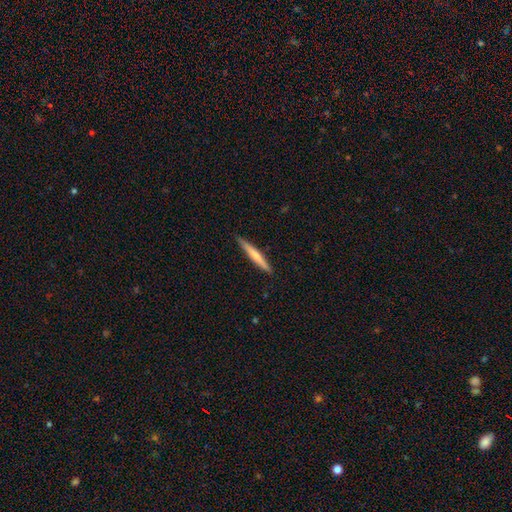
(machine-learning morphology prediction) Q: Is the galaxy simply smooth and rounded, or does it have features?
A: smooth — 55%.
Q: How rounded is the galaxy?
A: cigar-shaped — 95%.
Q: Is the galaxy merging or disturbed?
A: none — 90%.